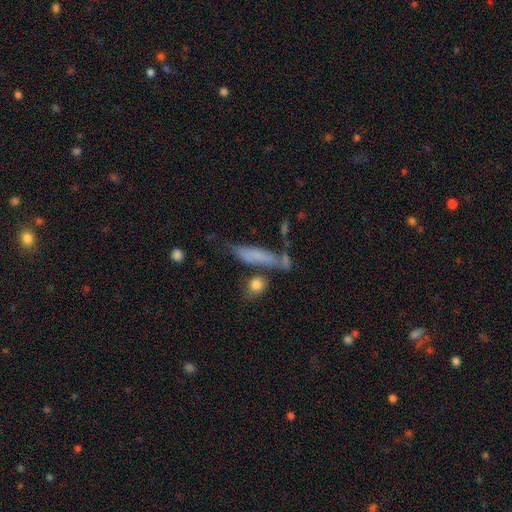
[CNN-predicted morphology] This is likely a smooth galaxy (64%). How rounded: likely cigar-shaped (71%). Merging: possibly none (52%).